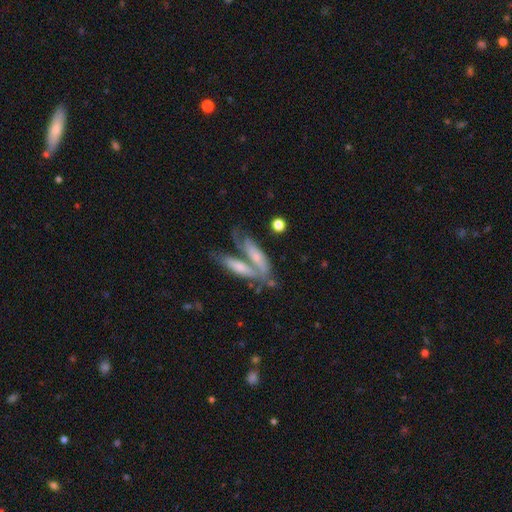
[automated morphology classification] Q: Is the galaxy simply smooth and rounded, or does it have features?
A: featured or disk — 51%.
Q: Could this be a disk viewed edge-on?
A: no — 65%.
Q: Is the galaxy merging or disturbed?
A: merger — 51%.